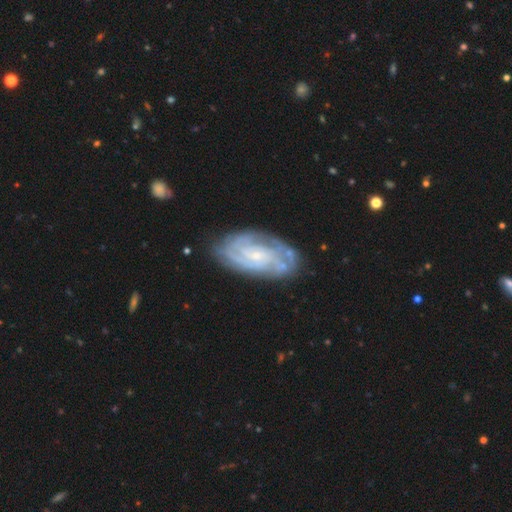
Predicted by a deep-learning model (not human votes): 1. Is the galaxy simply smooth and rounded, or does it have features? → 81% featured or disk, 12% smooth, 6% star or artifact.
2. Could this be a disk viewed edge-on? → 95% no, 5% yes.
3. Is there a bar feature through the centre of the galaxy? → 67% no, 27% weak, 6% strong.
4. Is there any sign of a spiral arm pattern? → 93% yes, 7% no.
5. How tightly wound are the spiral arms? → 69% tight, 25% medium, 6% loose.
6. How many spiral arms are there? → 38% can't tell, 20% 2, 17% 3, 15% 4, 6% more than 4, 5% 1.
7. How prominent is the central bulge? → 78% small, 15% moderate, 4% none, 1% large, 1% dominant.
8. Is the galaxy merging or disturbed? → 72% none, 19% minor disturbance, 6% major disturbance, 3% merger.